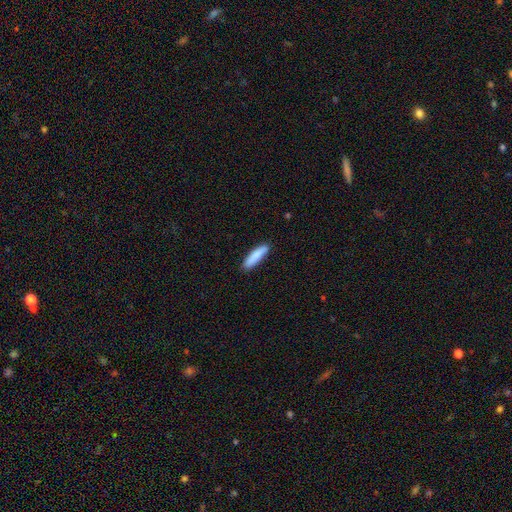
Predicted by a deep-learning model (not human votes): Q: Smooth or featured?
A: smooth (85%); runner-up: featured or disk (9%)
Q: How rounded?
A: cigar-shaped (76%); runner-up: in between (22%)
Q: Merging?
A: none (87%); runner-up: minor disturbance (10%)